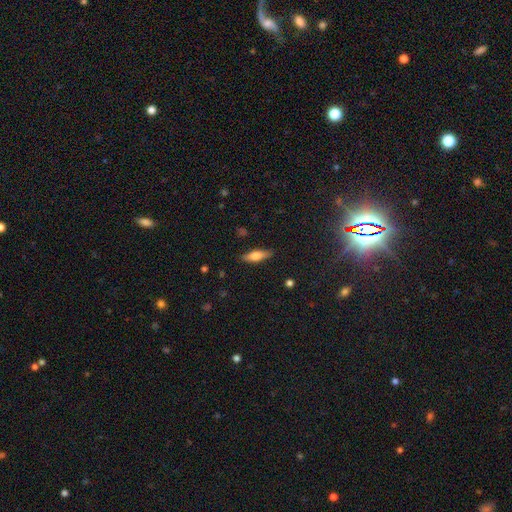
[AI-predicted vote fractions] Smooth or featured? smooth (61%)
How rounded? in between (49%)
Merging? none (86%)